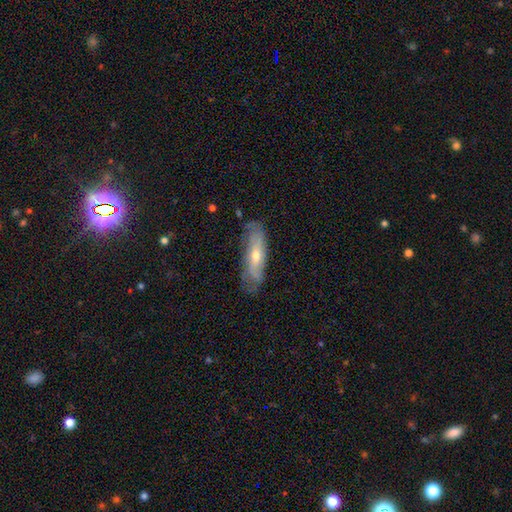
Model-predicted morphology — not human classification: smooth-or-featured: featured or disk: 56% | smooth: 37% | star or artifact: 7%
  disk-edge-on: no: 60% | yes: 40%
  merging: none: 70% | minor disturbance: 22% | major disturbance: 6% | merger: 2%